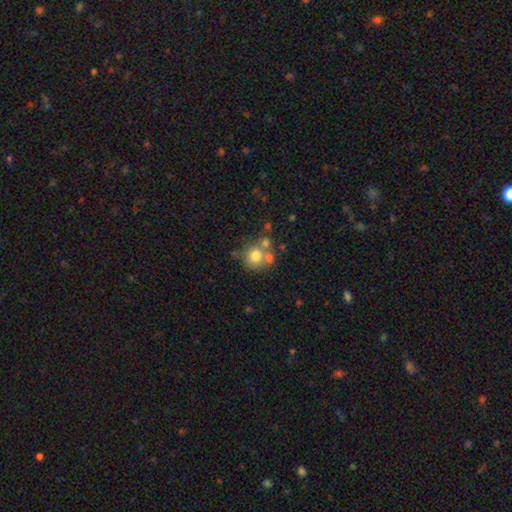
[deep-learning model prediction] smooth_or_featured: smooth (p=0.69) [alt: featured or disk p=0.19]
how_rounded: round (p=0.86) [alt: in between p=0.13]
merging: none (p=0.51) [alt: merger p=0.32]